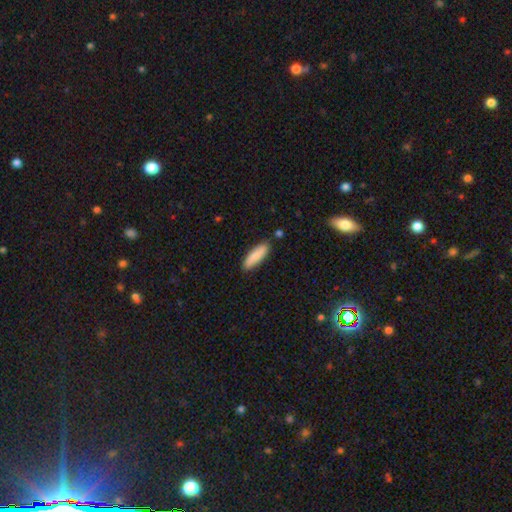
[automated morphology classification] smooth 82%, featured or disk 12%, star or artifact 6%. Down the decision tree: how rounded — cigar-shaped (53%); merging — none (83%).